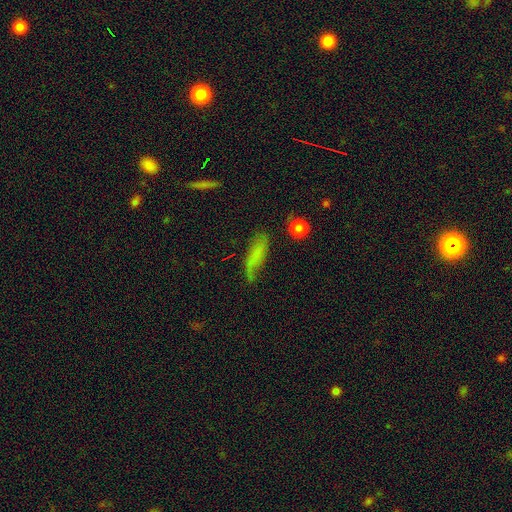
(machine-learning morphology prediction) smooth-or-featured: smooth: 59% | featured or disk: 30% | star or artifact: 11%
  how-rounded: cigar-shaped: 53% | in between: 43% | round: 4%
  merging: none: 54% | minor disturbance: 29% | major disturbance: 13% | merger: 3%